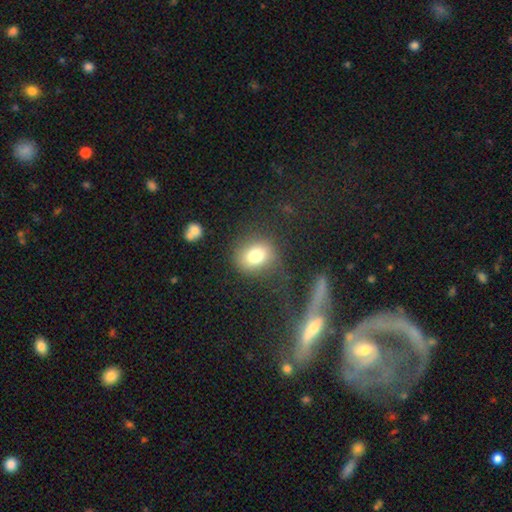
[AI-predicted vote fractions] smooth-or-featured: smooth: 78% | star or artifact: 11% | featured or disk: 10%
  how-rounded: round: 61% | in between: 38% | cigar-shaped: 1%
  merging: none: 77% | minor disturbance: 13% | major disturbance: 7% | merger: 4%